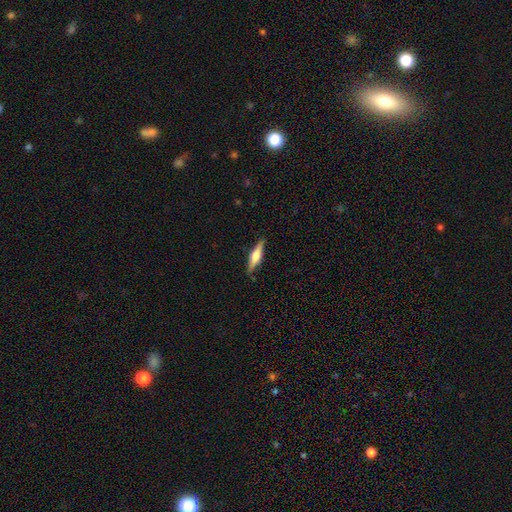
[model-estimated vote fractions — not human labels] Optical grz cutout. It shows a featured or disk galaxy (58%) viewed edge-on (96%) with a rounded central bulge (88%). Merging: none (88%).